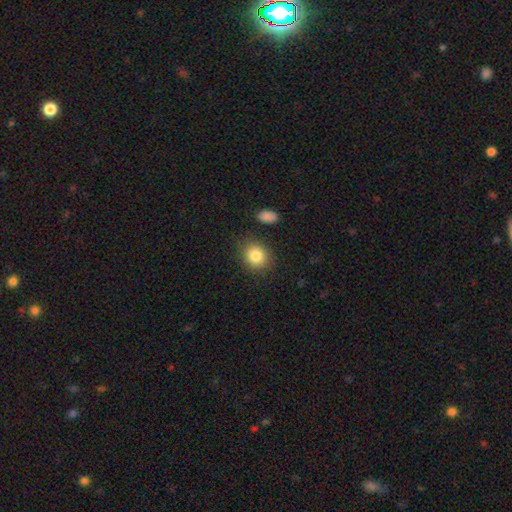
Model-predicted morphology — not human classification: type=smooth (85%); roundness=round (71%); merging=none (84%).